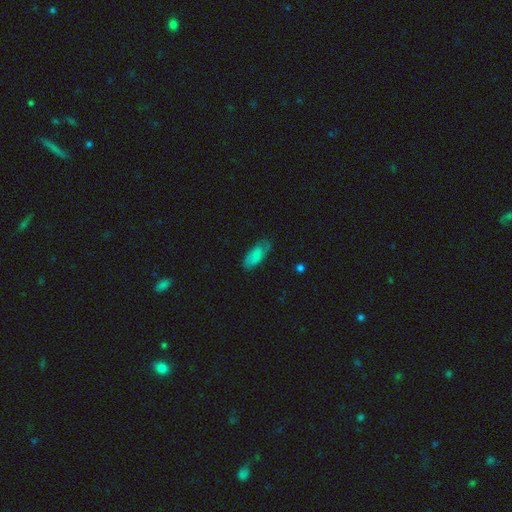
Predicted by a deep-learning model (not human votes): Smooth or featured: smooth — 71% (featured or disk — 22%)
How rounded: in between — 87% (cigar-shaped — 11%)
Merging: none — 64% (minor disturbance — 26%)